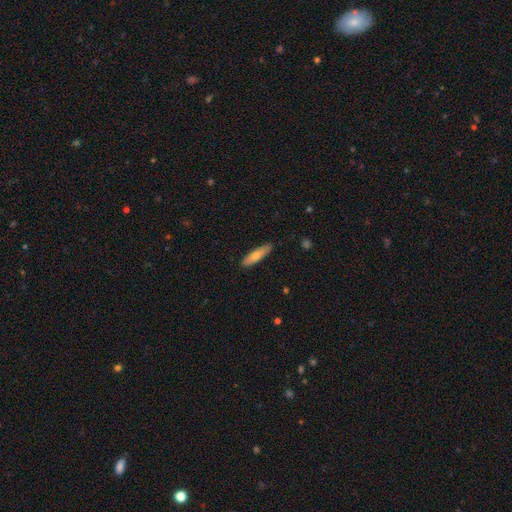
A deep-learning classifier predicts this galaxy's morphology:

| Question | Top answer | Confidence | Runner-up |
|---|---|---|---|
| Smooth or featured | smooth | 67% | featured or disk (27%) |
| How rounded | cigar-shaped | 73% | in between (25%) |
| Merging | none | 87% | minor disturbance (10%) |